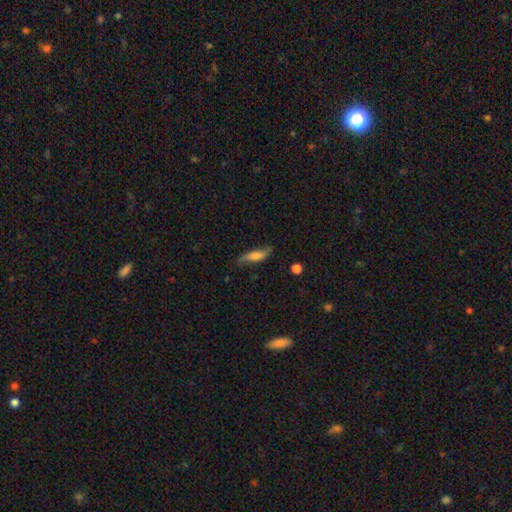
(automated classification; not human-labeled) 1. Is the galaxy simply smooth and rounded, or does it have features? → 61% smooth, 31% featured or disk, 8% star or artifact.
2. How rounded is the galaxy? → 58% cigar-shaped, 39% in between, 3% round.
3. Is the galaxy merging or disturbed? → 66% none, 25% minor disturbance, 7% major disturbance, 2% merger.